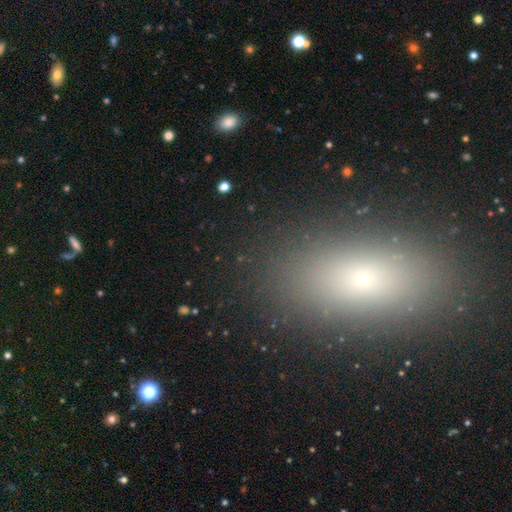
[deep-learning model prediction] smooth-or-featured: smooth: 64% | star or artifact: 22% | featured or disk: 15%
  how-rounded: in between: 74% | cigar-shaped: 15% | round: 10%
  merging: none: 87% | minor disturbance: 8% | major disturbance: 3% | merger: 2%